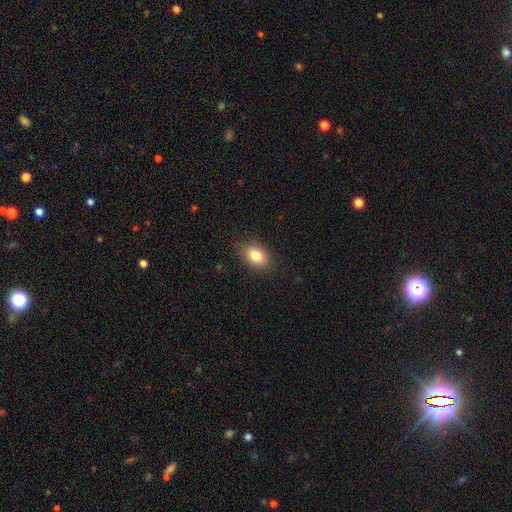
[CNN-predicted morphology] Smooth or featured? smooth (82%)
How rounded? in between (83%)
Merging? none (85%)